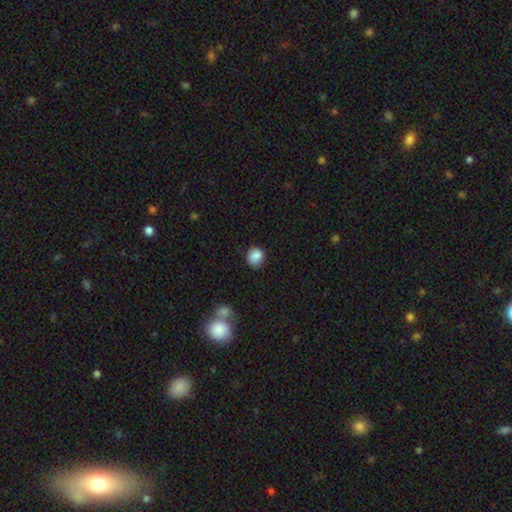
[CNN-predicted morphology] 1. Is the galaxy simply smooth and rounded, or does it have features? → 85% smooth, 9% star or artifact, 6% featured or disk.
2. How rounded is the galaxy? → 79% round, 20% in between, 1% cigar-shaped.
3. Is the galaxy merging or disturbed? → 70% none, 23% minor disturbance, 5% major disturbance, 2% merger.